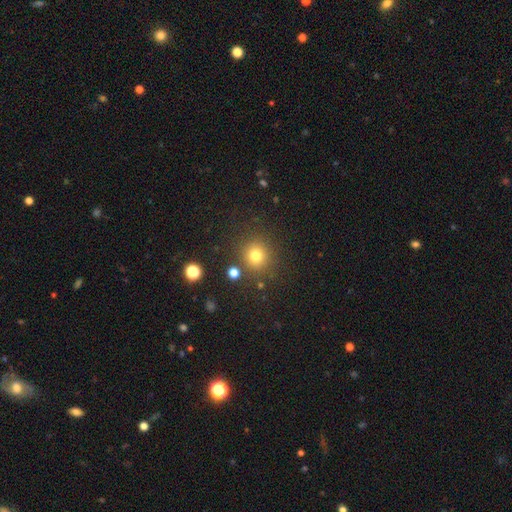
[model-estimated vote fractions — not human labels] Smooth or featured: smooth — 77% (star or artifact — 16%)
How rounded: round — 92% (in between — 7%)
Merging: none — 85% (minor disturbance — 8%)